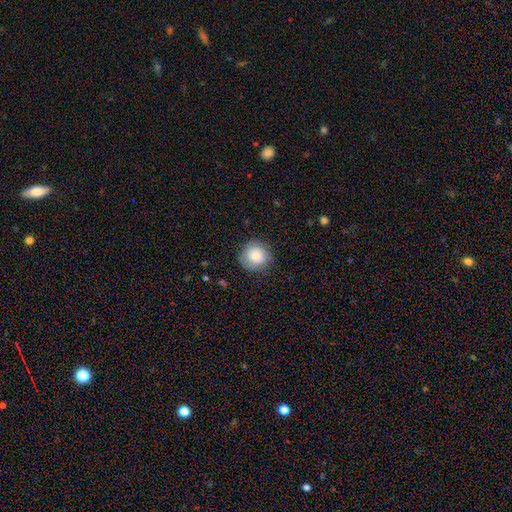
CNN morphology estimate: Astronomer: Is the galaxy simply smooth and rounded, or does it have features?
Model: smooth — 77%.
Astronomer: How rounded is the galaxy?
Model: round — 92%.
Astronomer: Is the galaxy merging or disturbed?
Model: none — 84%.